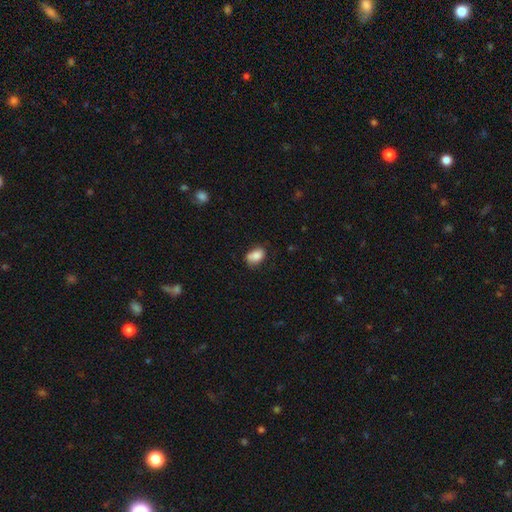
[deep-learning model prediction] A smooth galaxy with no disk features (83%) that is in between round and cigar-shaped (84%).

Vote fractions:
- Smooth or featured? smooth: 83% / featured or disk: 9% / star or artifact: 8%
- How rounded? in between: 84% / round: 14% / cigar-shaped: 1%
- Merging? none: 59% / minor disturbance: 29% / major disturbance: 8% / merger: 4%